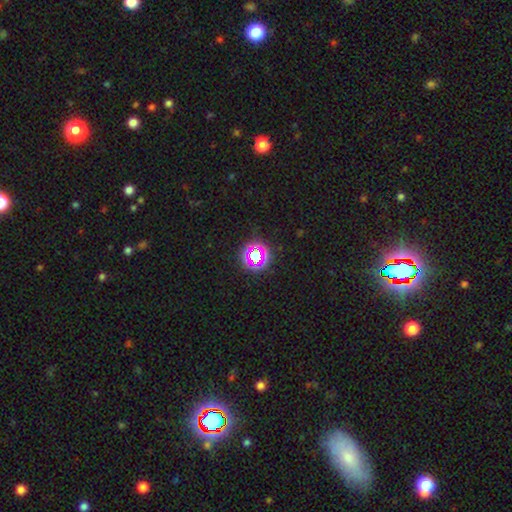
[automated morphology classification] Smooth or featured?
  - star or artifact: 64% *
  - smooth: 25%
  - featured or disk: 11%